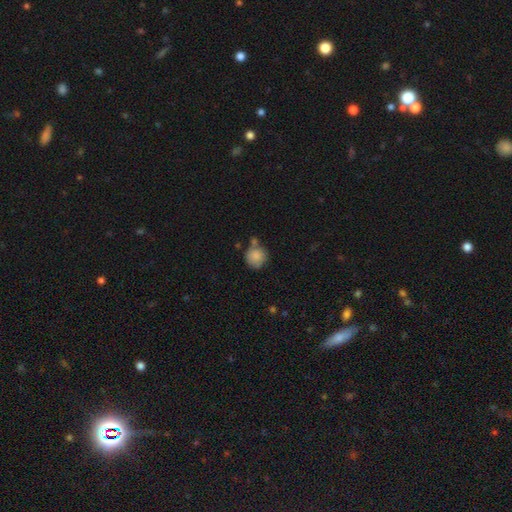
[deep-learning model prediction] Smooth or featured? Predicted: smooth (p=0.86). How rounded? Predicted: round (p=0.90). Merging? Predicted: none (p=0.58).